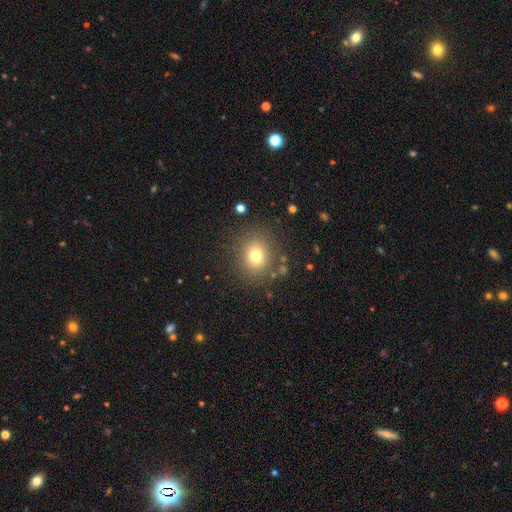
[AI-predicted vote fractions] This is likely a smooth galaxy (75%). How rounded: likely round (74%). Merging: clearly none (84%).